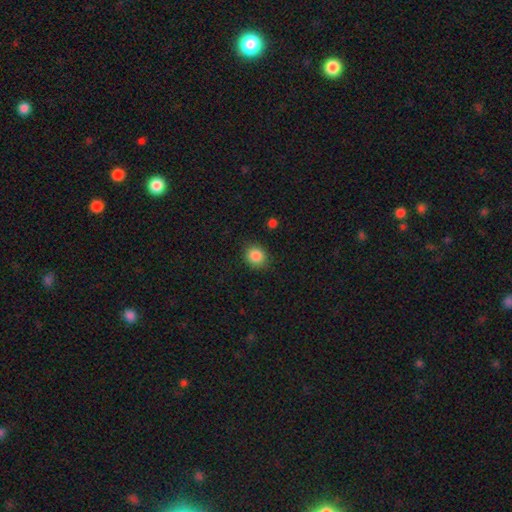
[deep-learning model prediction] A smooth galaxy with no disk features (86%) that is round (79%).

Vote fractions:
- Smooth or featured? smooth: 86% / star or artifact: 10% / featured or disk: 4%
- How rounded? round: 79% / in between: 21% / cigar-shaped: 1%
- Merging? none: 87% / minor disturbance: 9% / major disturbance: 3% / merger: 1%